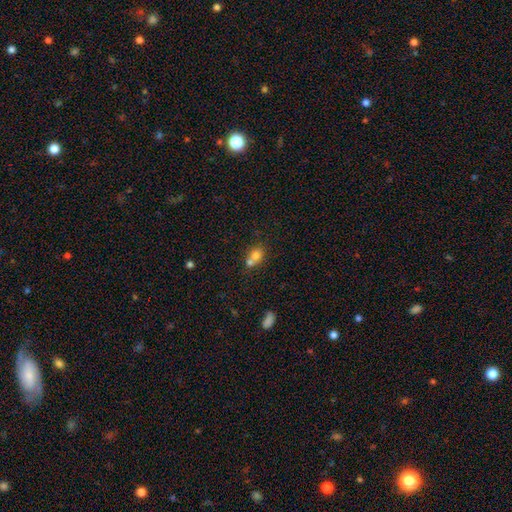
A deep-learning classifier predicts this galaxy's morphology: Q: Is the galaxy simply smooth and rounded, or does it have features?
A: smooth — 74%.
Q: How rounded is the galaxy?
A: round — 59%.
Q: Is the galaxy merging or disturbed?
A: merger — 57%.